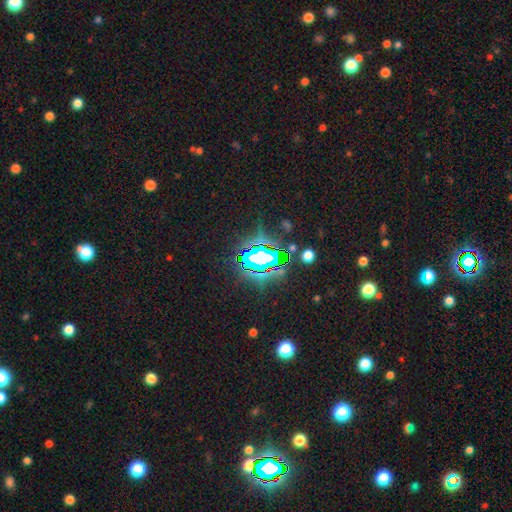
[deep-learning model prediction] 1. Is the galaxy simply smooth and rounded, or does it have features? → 75% star or artifact, 13% smooth, 12% featured or disk.